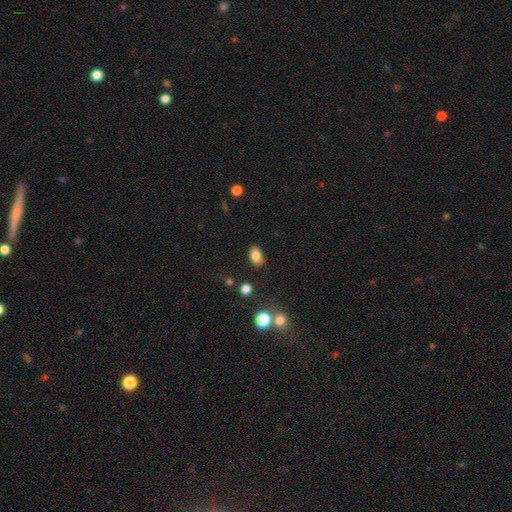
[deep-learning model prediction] This is clearly a smooth galaxy (83%). How rounded: clearly in between (87%). Merging: clearly none (82%).